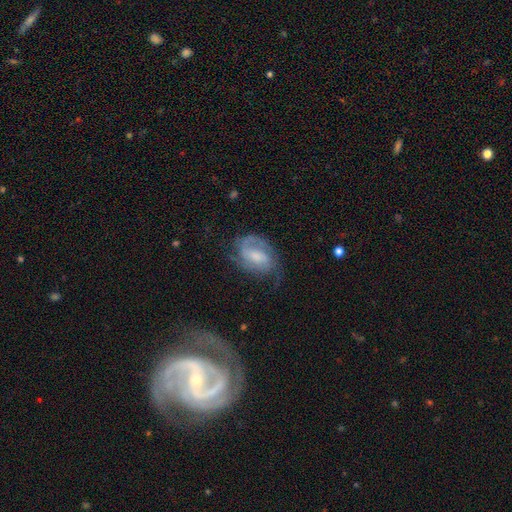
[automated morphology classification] The model was most divided on "bulge size": moderate: 41%, small: 36%, none: 12%, large: 9%, dominant: 2%. Remaining: edge-on disk — no (97%); spiral arms — yes (91%); smooth or featured — featured or disk (74%); spiral arm count — 2 (60%); merging — none (55%); bar — weak (50%); spiral winding — medium (46%).